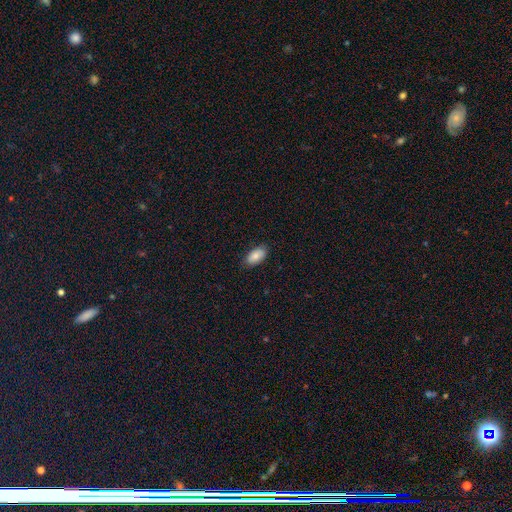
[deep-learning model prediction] smooth-or-featured: smooth: 84% | featured or disk: 9% | star or artifact: 7%
  how-rounded: in between: 94% | cigar-shaped: 4% | round: 3%
  merging: none: 85% | minor disturbance: 12% | major disturbance: 2% | merger: 1%